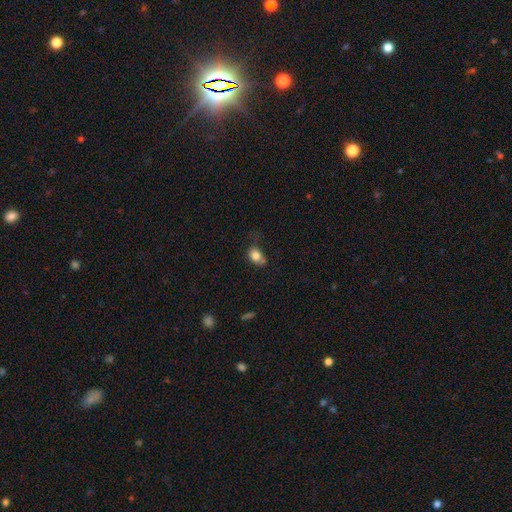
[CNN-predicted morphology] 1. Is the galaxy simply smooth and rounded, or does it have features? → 81% smooth, 10% featured or disk, 9% star or artifact.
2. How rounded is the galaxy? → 70% in between, 28% round, 2% cigar-shaped.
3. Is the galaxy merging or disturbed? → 45% none, 33% minor disturbance, 16% major disturbance, 7% merger.